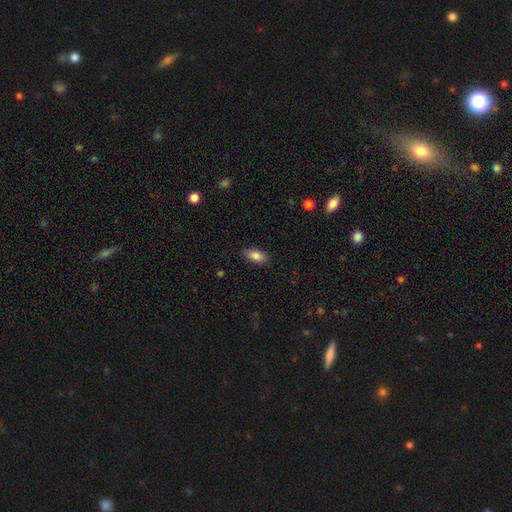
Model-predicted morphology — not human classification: Smooth or featured?
  - smooth: 84% *
  - featured or disk: 9%
  - star or artifact: 7%
How rounded?
  - in between: 84% *
  - cigar-shaped: 13%
  - round: 3%
Merging?
  - none: 87% *
  - minor disturbance: 10%
  - major disturbance: 2%
  - merger: 1%